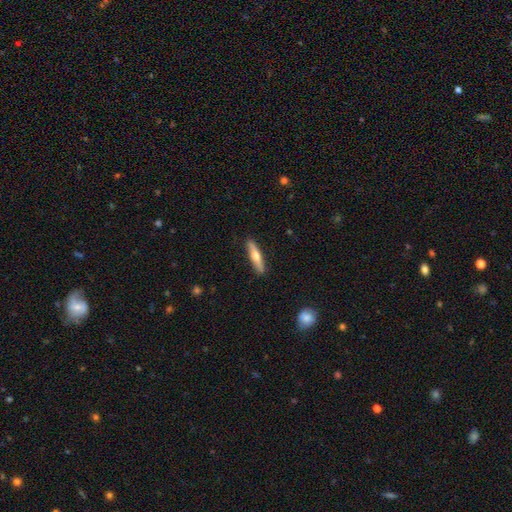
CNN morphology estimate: Smooth or featured? Predicted: smooth (p=0.49). Merging? Predicted: none (p=0.90).